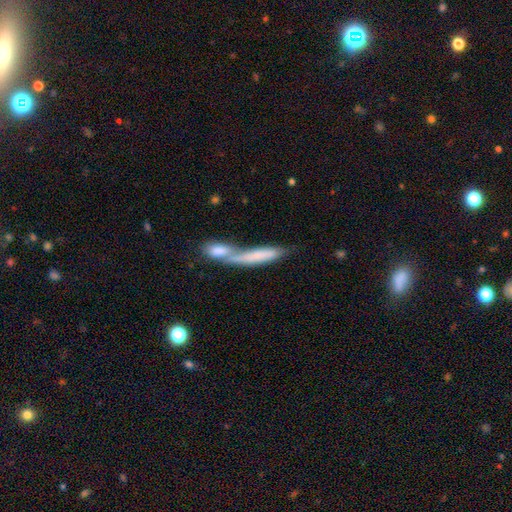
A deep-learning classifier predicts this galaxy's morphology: The model was most divided on "smooth or featured": smooth: 63%, featured or disk: 29%, star or artifact: 8%. More confident: how rounded — cigar-shaped (81%); merging — merger (59%).